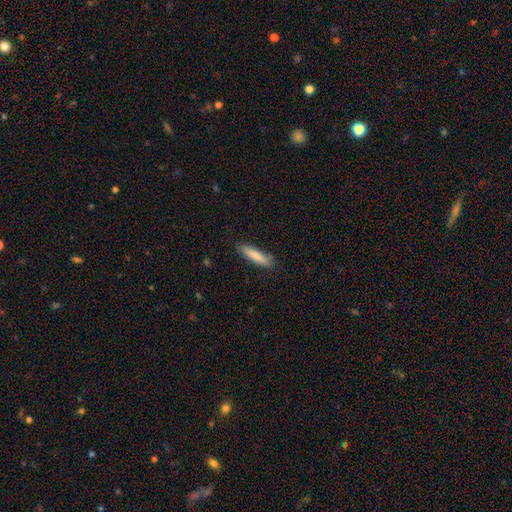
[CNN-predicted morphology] This appears to be a smooth galaxy with no disk features (84%) that is cigar-shaped (83%). Merging: none (85%).